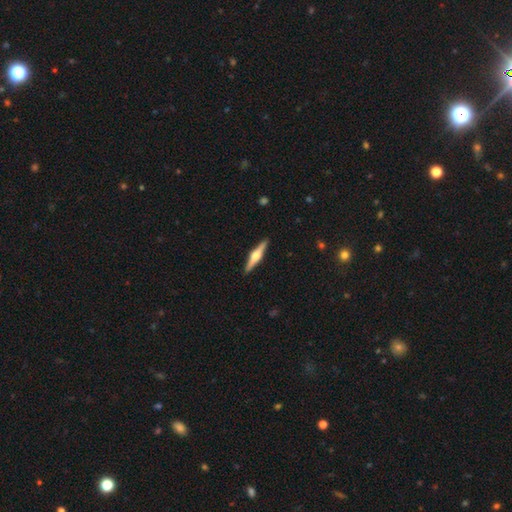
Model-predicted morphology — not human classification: smooth_or_featured: featured or disk (p=0.75) [alt: smooth p=0.21]
disk_edge_on: yes (p=0.98) [alt: no p=0.02]
edge_on_bulge: rounded (p=0.94) [alt: boxy p=0.04]
merging: none (p=0.92) [alt: minor disturbance p=0.06]